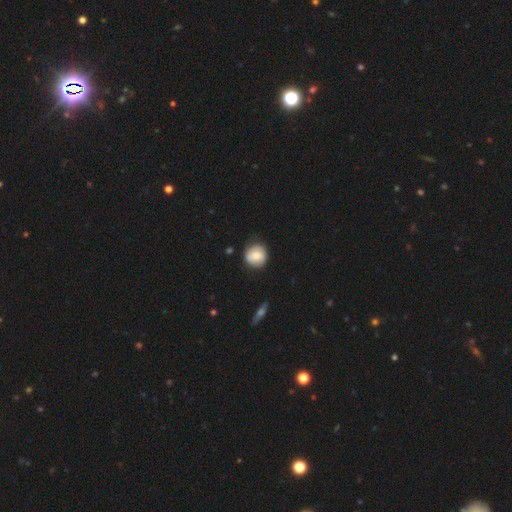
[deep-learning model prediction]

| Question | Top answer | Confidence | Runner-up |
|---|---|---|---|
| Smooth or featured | smooth | 65% | featured or disk (28%) |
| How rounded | round | 90% | in between (9%) |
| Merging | none | 76% | minor disturbance (18%) |